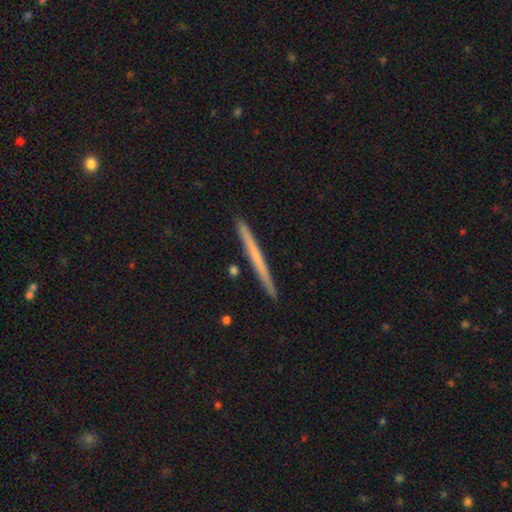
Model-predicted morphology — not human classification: The model was most divided on "smooth or featured": smooth: 49%, featured or disk: 45%, star or artifact: 6%. More confident: merging — none (92%).